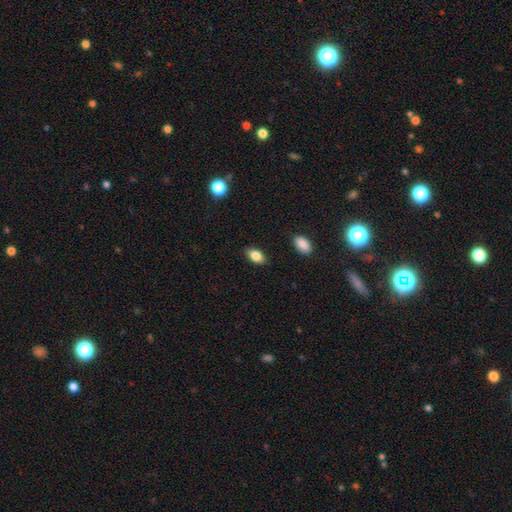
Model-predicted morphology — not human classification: smooth_or_featured: smooth (p=0.85) [alt: star or artifact p=0.08]
how_rounded: in between (p=0.91) [alt: round p=0.07]
merging: none (p=0.87) [alt: minor disturbance p=0.10]